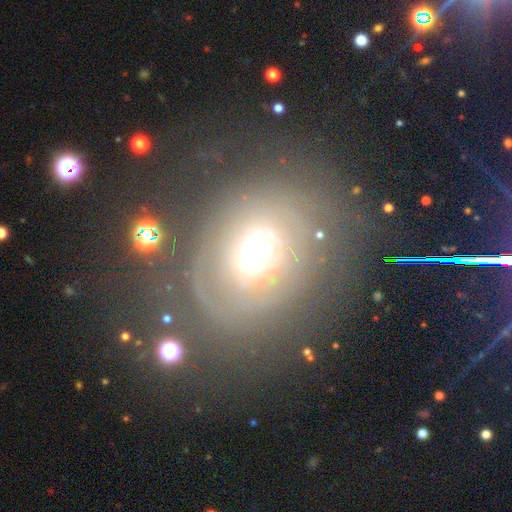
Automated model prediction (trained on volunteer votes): The model was most divided on "spiral arms": no: 51%, yes: 49%. More confident: edge-on disk — no (94%); bar — no (77%); merging — none (63%); bulge size — moderate (58%); smooth or featured — featured or disk (55%).